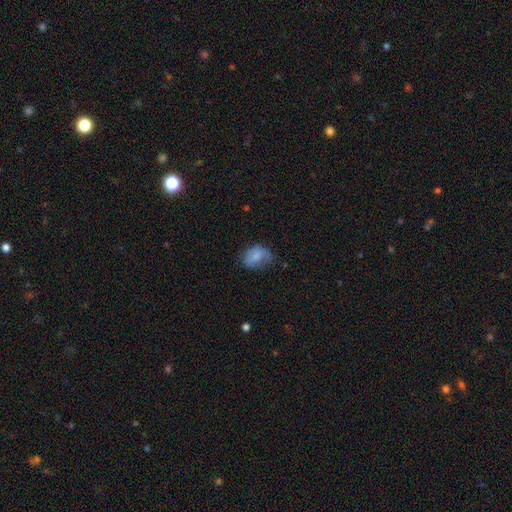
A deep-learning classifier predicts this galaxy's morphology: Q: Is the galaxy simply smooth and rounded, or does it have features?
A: smooth — 70%.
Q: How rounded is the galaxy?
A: in between — 68%.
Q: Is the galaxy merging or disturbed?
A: none — 45%.